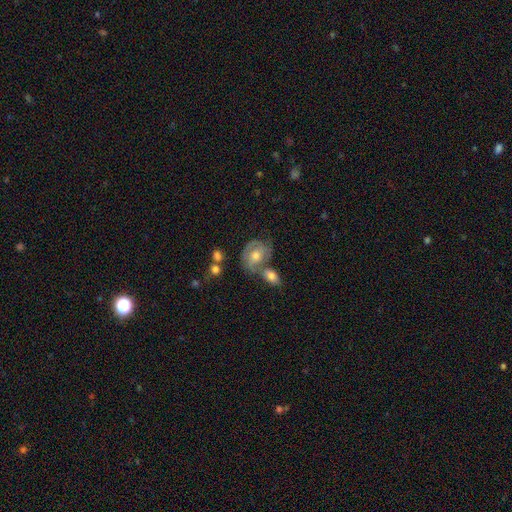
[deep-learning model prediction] Smooth or featured: featured or disk — 63% (smooth — 23%)
Edge-on disk: no — 96% (yes — 4%)
Bar: no — 63% (weak — 29%)
Spiral arms: yes — 78% (no — 22%)
Bulge size: moderate — 70% (small — 23%)
Merging: none — 54% (merger — 27%)